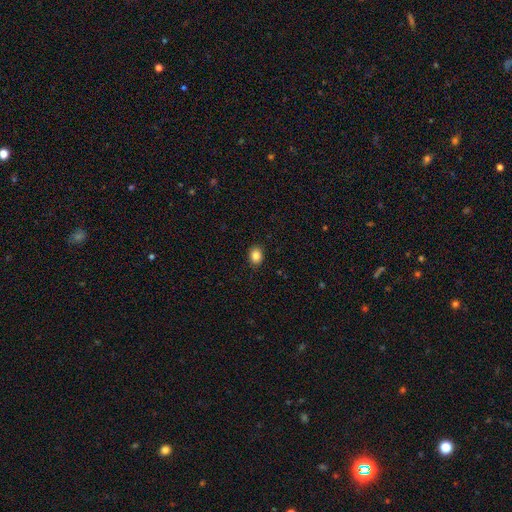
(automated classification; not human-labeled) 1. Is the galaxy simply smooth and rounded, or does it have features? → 86% smooth, 10% star or artifact, 5% featured or disk.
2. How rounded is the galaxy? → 51% in between, 48% round, 1% cigar-shaped.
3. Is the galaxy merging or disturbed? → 90% none, 7% minor disturbance, 2% major disturbance, 1% merger.